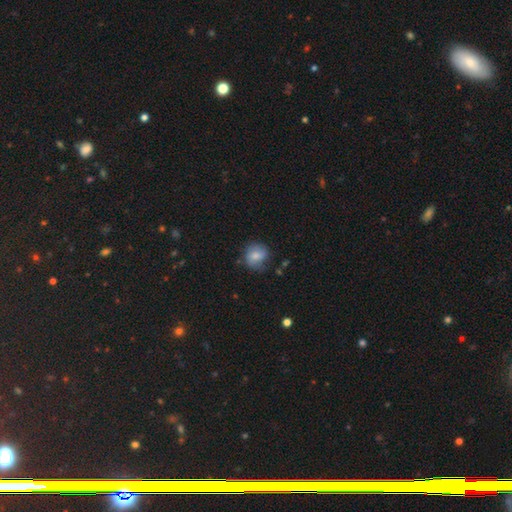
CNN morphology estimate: Smooth or featured? smooth (69%)
How rounded? round (75%)
Merging? none (65%)